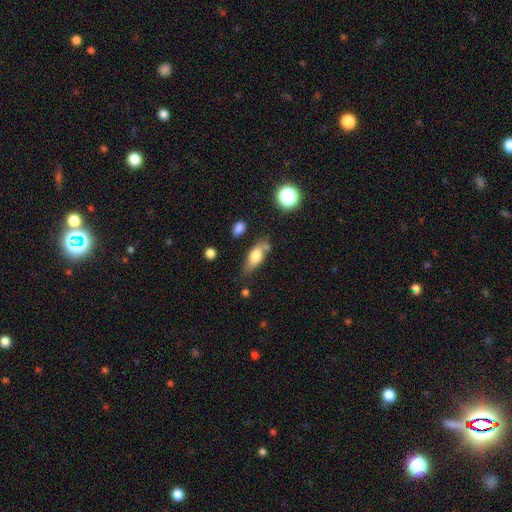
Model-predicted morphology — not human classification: Smooth or featured? Predicted: smooth (p=0.68). How rounded? Predicted: in between (p=0.75). Merging? Predicted: none (p=0.65).